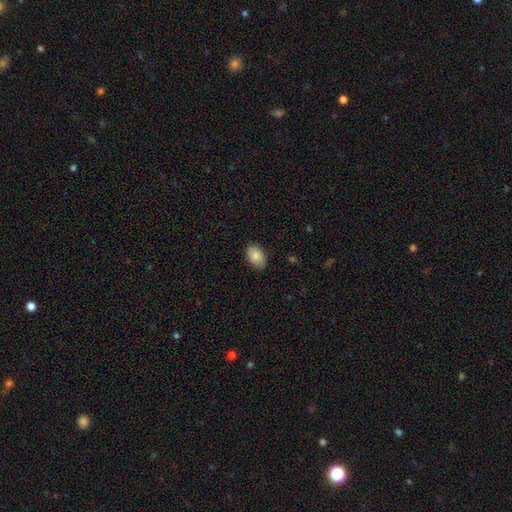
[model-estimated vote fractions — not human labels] The model was most divided on "merging": none: 86%, minor disturbance: 11%, major disturbance: 2%, merger: 1%. More confident: how rounded — in between (89%); smooth or featured — smooth (86%).